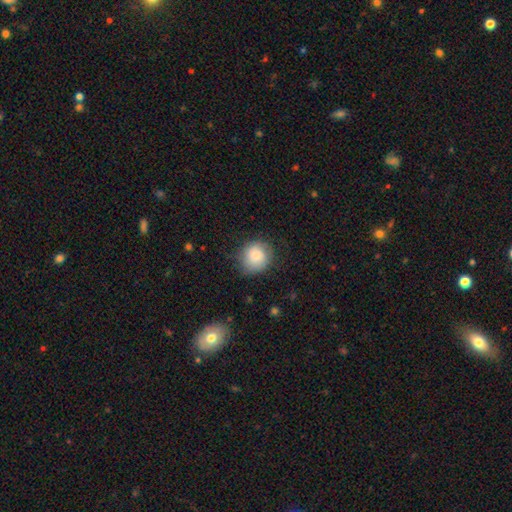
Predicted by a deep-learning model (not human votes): Q: Smooth or featured?
A: smooth (81%); runner-up: featured or disk (11%)
Q: How rounded?
A: round (86%); runner-up: in between (13%)
Q: Merging?
A: none (74%); runner-up: minor disturbance (19%)